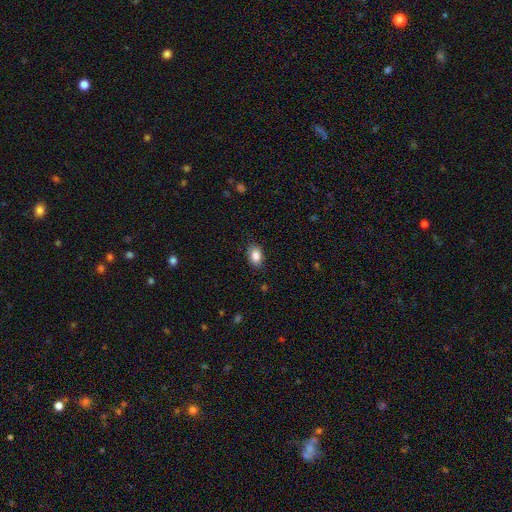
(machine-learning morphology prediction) smooth-or-featured: smooth: 86% | star or artifact: 8% | featured or disk: 6%
  how-rounded: in between: 86% | round: 13% | cigar-shaped: 2%
  merging: none: 84% | minor disturbance: 12% | major disturbance: 3% | merger: 1%